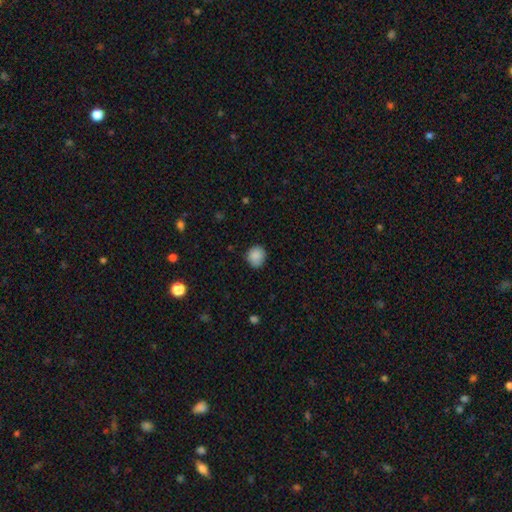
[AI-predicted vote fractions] Morphology: type=smooth (87%); roundness=round (81%); merging=none (82%).